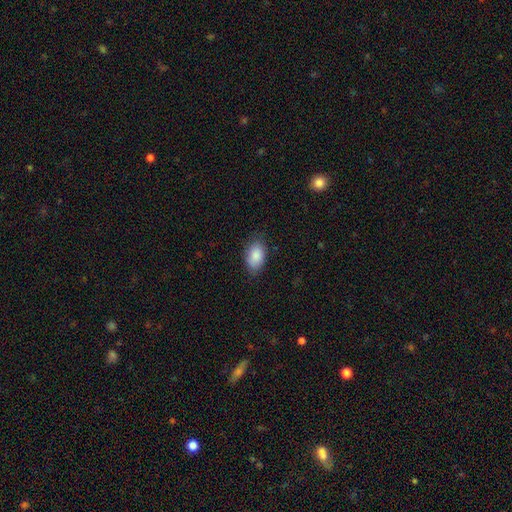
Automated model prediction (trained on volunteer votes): The model was most divided on "merging": none: 80%, minor disturbance: 15%, major disturbance: 3%, merger: 1%. More confident: how rounded — in between (92%); smooth or featured — smooth (88%).